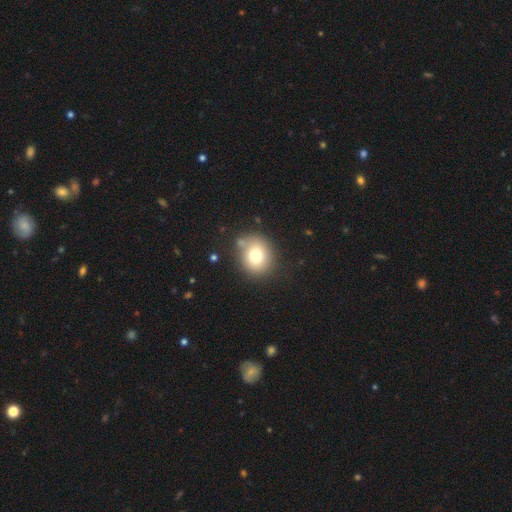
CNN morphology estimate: Smooth or featured: smooth — 76% (featured or disk — 13%)
How rounded: round — 72% (in between — 27%)
Merging: none — 75% (minor disturbance — 14%)